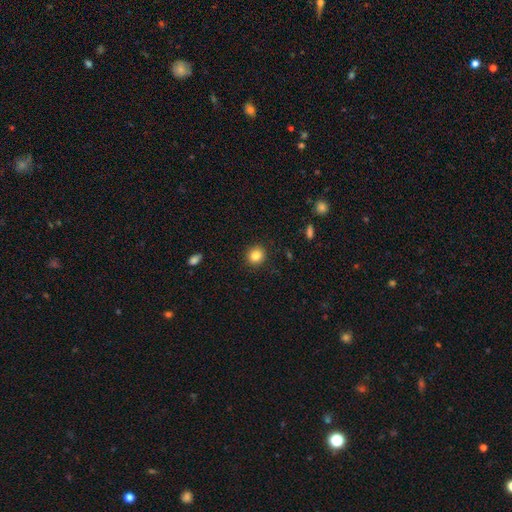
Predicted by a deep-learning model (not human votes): Smooth or featured?
  - smooth: 84% *
  - star or artifact: 10%
  - featured or disk: 6%
How rounded?
  - round: 86% *
  - in between: 13%
  - cigar-shaped: 1%
Merging?
  - none: 91% *
  - minor disturbance: 6%
  - major disturbance: 2%
  - merger: 1%